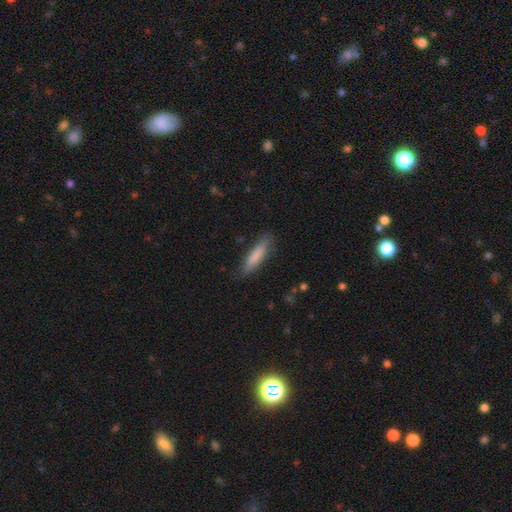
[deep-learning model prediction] Smooth or featured? Predicted: smooth (p=0.82). How rounded? Predicted: cigar-shaped (p=0.75). Merging? Predicted: none (p=0.82).